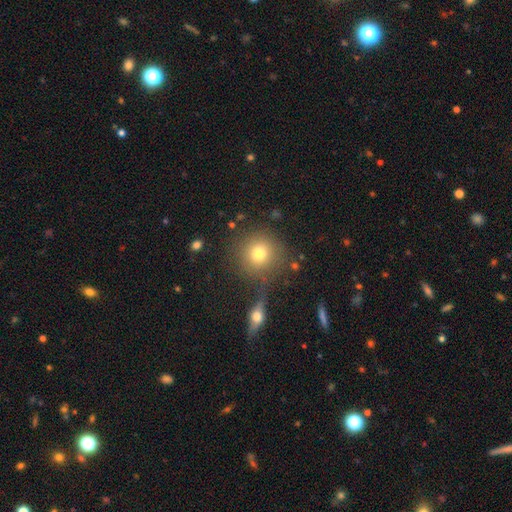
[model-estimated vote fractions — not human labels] smooth 69%, star or artifact 18%, featured or disk 13%. Down the decision tree: how rounded — round (94%); merging — none (81%).